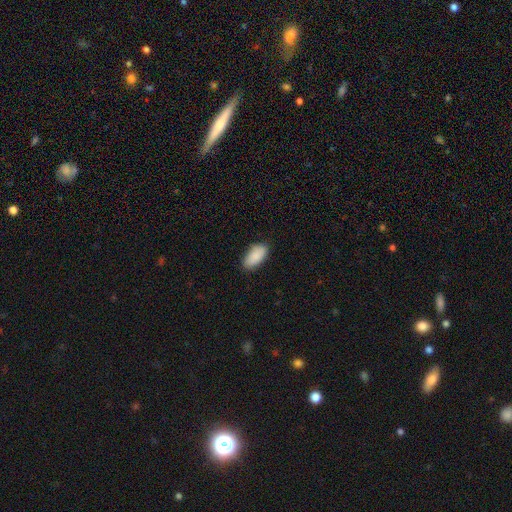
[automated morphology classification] smooth 90%, star or artifact 6%, featured or disk 4%. Down the decision tree: how rounded — in between (93%); merging — none (84%).